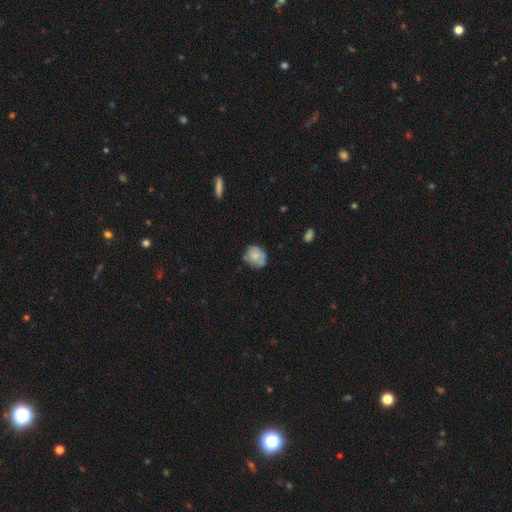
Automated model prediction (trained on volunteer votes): smooth-or-featured: smooth: 67% | featured or disk: 25% | star or artifact: 8%
  how-rounded: round: 67% | in between: 32% | cigar-shaped: 1%
  merging: none: 59% | minor disturbance: 27% | major disturbance: 7% | merger: 7%